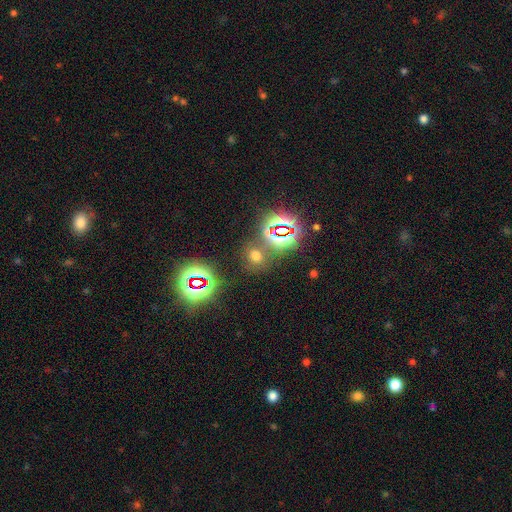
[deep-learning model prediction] smooth 51%, star or artifact 42%, featured or disk 8%. Down the decision tree: how rounded — round (64%); merging — none (71%).